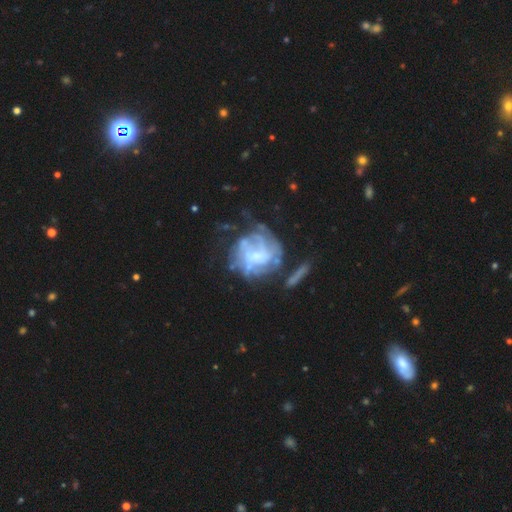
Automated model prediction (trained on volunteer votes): A featured or disk galaxy (73%) with no bar (61%), spiral arms (62%) and no central bulge (36%).

Vote fractions:
- Smooth or featured? featured or disk: 73% / smooth: 18% / star or artifact: 9%
- Edge-on disk? no: 97% / yes: 3%
- Bar? no: 61% / weak: 30% / strong: 9%
- Spiral arms? yes: 62% / no: 38%
- Bulge size? none: 36% / small: 28% / moderate: 24% / large: 9% / dominant: 2%
- Merging? none: 40% / major disturbance: 28% / minor disturbance: 21% / merger: 12%